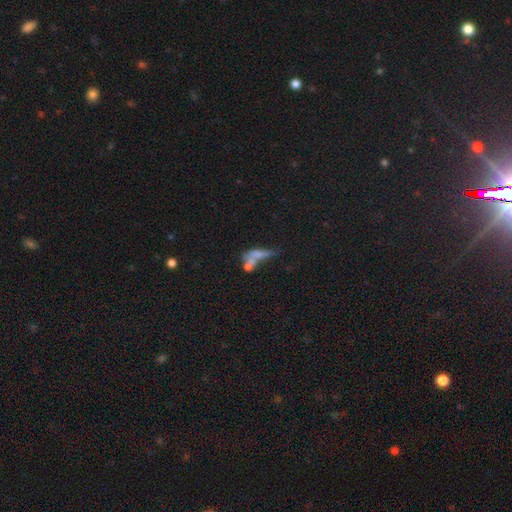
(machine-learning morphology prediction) Smooth or featured? Predicted: smooth (p=0.50). How rounded? Predicted: in between (p=0.52). Merging? Predicted: merger (p=0.46).